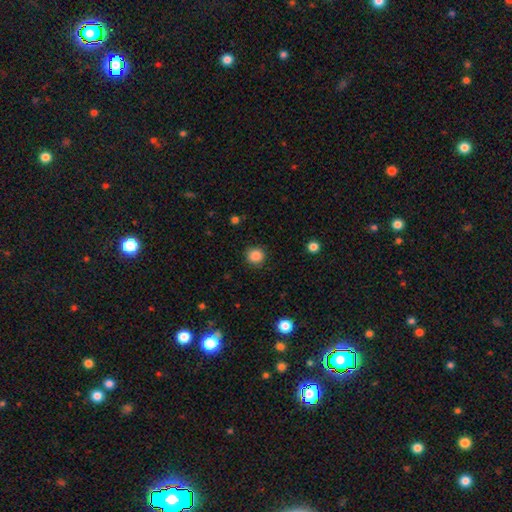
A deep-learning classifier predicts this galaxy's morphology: Overall: smooth (86%). How rounded: round (93%). Merging: none (90%).